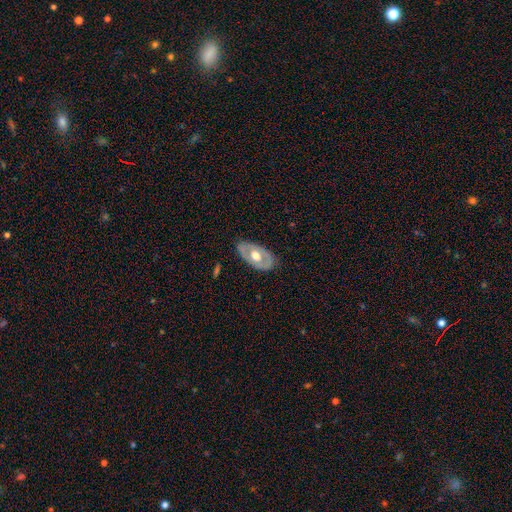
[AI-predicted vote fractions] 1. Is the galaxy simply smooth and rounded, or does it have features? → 59% featured or disk, 37% smooth, 5% star or artifact.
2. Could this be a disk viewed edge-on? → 87% no, 13% yes.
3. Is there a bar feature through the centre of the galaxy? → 82% no, 14% weak, 4% strong.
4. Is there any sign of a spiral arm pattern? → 81% no, 19% yes.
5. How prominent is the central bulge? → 62% moderate, 32% large, 4% small, 1% dominant, 1% none.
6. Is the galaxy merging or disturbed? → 80% none, 15% minor disturbance, 4% major disturbance, 1% merger.